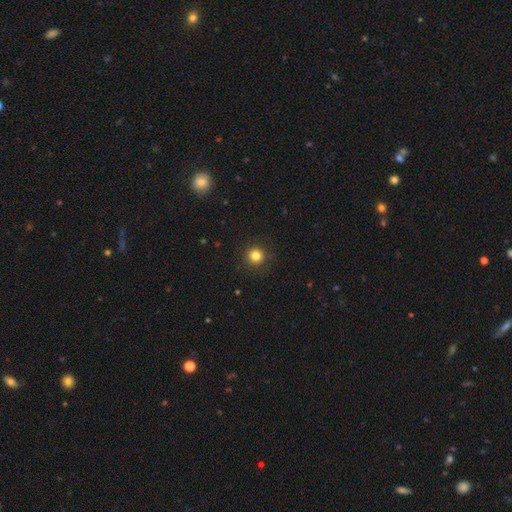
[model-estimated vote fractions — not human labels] This appears to be a smooth galaxy with no disk features (82%) that is round (95%). Merging: none (91%).